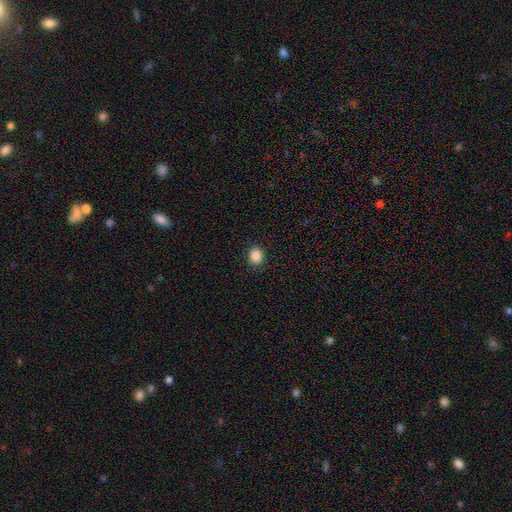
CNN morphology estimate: Smooth or featured: smooth — 87% (star or artifact — 10%)
How rounded: round — 61% (in between — 38%)
Merging: none — 90% (minor disturbance — 7%)